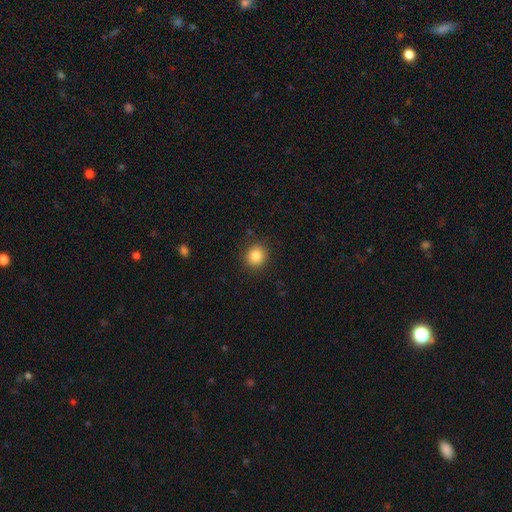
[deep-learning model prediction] Smooth or featured?
  - smooth: 84% *
  - star or artifact: 10%
  - featured or disk: 6%
How rounded?
  - round: 89% *
  - in between: 10%
  - cigar-shaped: 1%
Merging?
  - none: 89% *
  - minor disturbance: 7%
  - major disturbance: 2%
  - merger: 1%